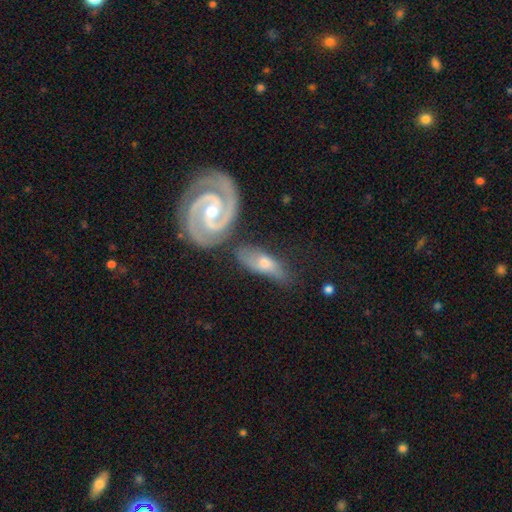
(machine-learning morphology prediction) Smooth or featured? featured or disk (82%)
Edge-on disk? no (90%)
Bar? no (42%)
Spiral arms? yes (96%)
Spiral winding? tight (68%)
Spiral arm count? 2 (85%)
Bulge size? moderate (55%)
Merging? none (66%)